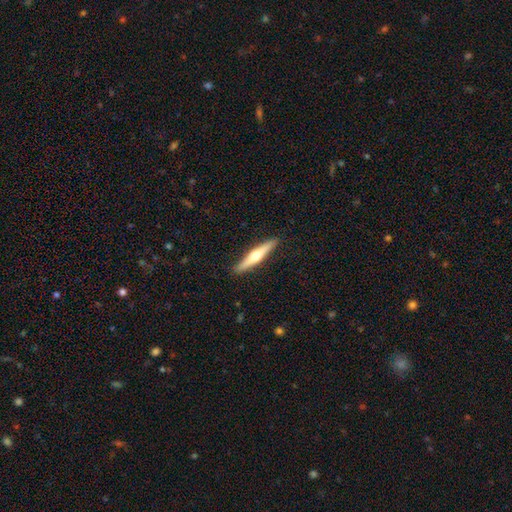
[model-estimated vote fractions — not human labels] Smooth or featured?
  - featured or disk: 59% *
  - smooth: 36%
  - star or artifact: 5%
Edge-on disk?
  - yes: 97% *
  - no: 3%
Edge-on bulge?
  - rounded: 92% *
  - none: 5%
  - boxy: 3%
Merging?
  - none: 91% *
  - minor disturbance: 7%
  - major disturbance: 1%
  - merger: 1%